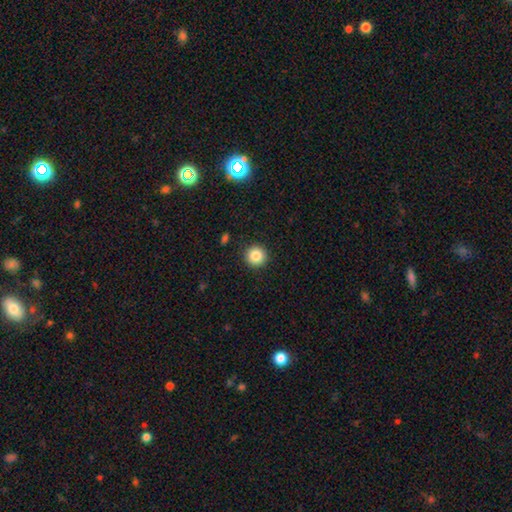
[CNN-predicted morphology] Q: Smooth or featured?
A: smooth (85%); runner-up: star or artifact (10%)
Q: How rounded?
A: round (95%); runner-up: in between (4%)
Q: Merging?
A: none (92%); runner-up: minor disturbance (5%)